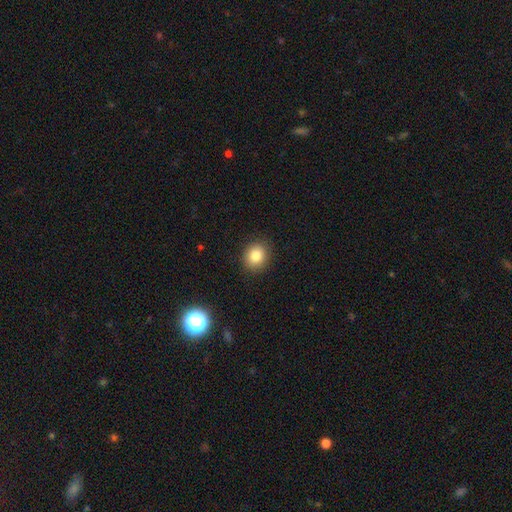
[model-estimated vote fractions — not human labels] A smooth galaxy with no disk features (83%) that is round (67%).

Vote fractions:
- Smooth or featured? smooth: 83% / star or artifact: 11% / featured or disk: 7%
- How rounded? round: 67% / in between: 32% / cigar-shaped: 1%
- Merging? none: 89% / minor disturbance: 8% / major disturbance: 2% / merger: 1%